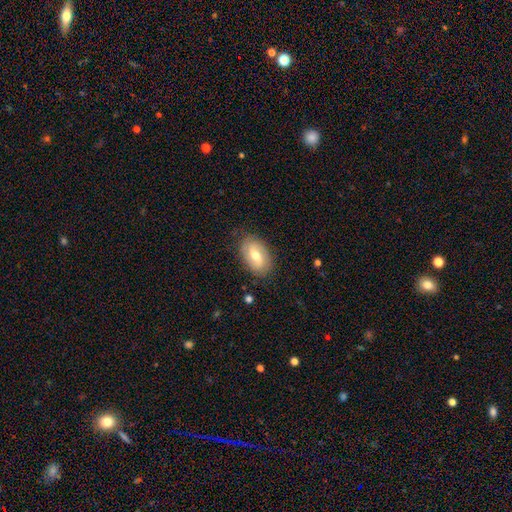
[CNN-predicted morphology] Overall: smooth (53%; featured or disk 40%). How rounded: in between (90%). Merging: none (81%).